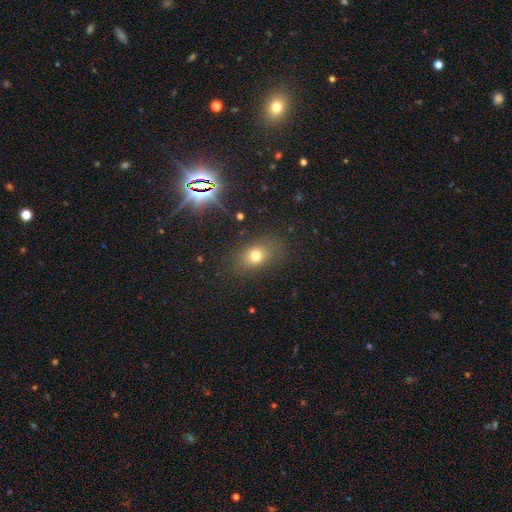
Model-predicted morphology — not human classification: The model was most divided on "how rounded": in between: 63%, round: 35%, cigar-shaped: 3%. More confident: merging — none (79%); smooth or featured — smooth (73%).